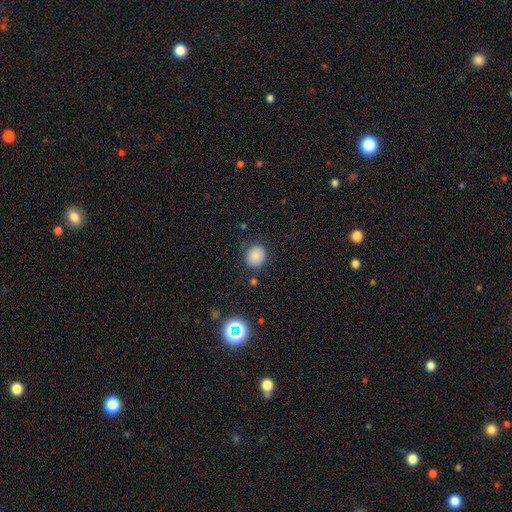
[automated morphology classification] The model was most divided on "how rounded": round: 81%, in between: 19%, cigar-shaped: 1%. More confident: smooth or featured — smooth (85%); merging — none (83%).